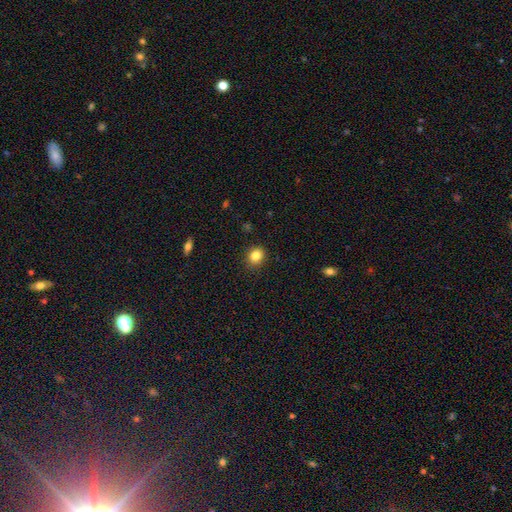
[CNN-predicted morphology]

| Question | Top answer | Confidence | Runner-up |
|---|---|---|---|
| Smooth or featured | smooth | 83% | star or artifact (11%) |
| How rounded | round | 66% | in between (33%) |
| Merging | none | 88% | minor disturbance (9%) |